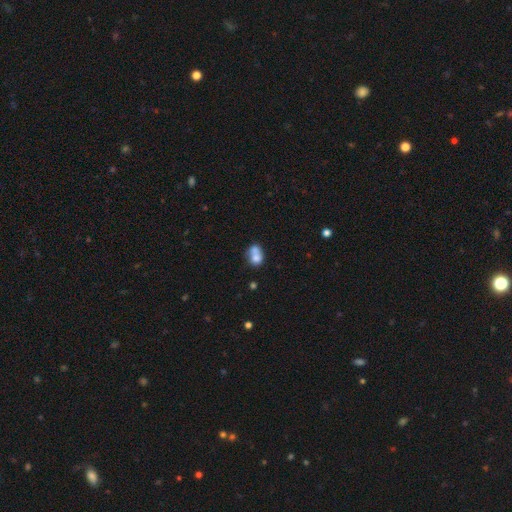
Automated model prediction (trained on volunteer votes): smooth-or-featured: smooth: 71% | featured or disk: 19% | star or artifact: 10%
  how-rounded: in between: 59% | round: 39% | cigar-shaped: 2%
  merging: merger: 57% | none: 24% | minor disturbance: 12% | major disturbance: 7%